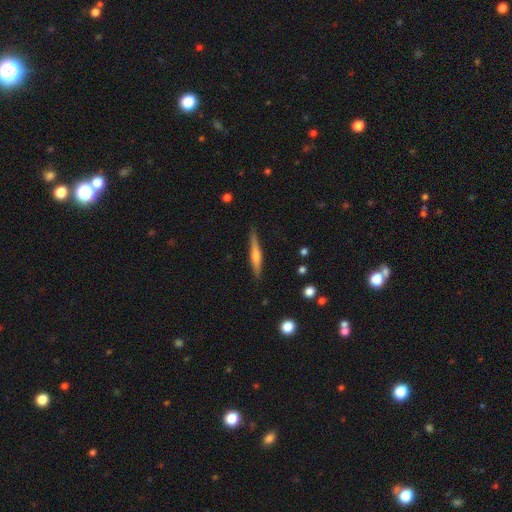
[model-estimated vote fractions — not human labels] smooth-or-featured: featured or disk: 62% | smooth: 32% | star or artifact: 6%
  disk-edge-on: yes: 97% | no: 3%
    edge-on-bulge: rounded: 78% | none: 15% | boxy: 8%
  merging: none: 89% | minor disturbance: 8% | major disturbance: 2% | merger: 1%